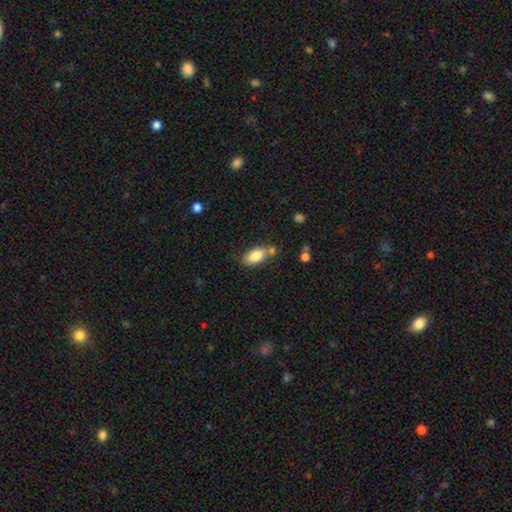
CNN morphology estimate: smooth-or-featured: smooth: 82% | featured or disk: 10% | star or artifact: 7%
  how-rounded: in between: 88% | cigar-shaped: 8% | round: 4%
  merging: none: 59% | minor disturbance: 18% | merger: 17% | major disturbance: 5%